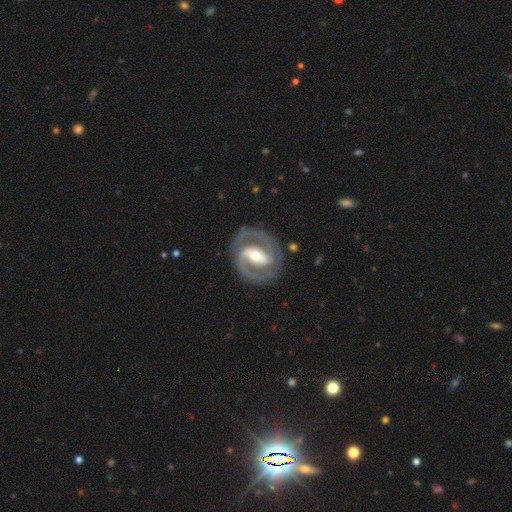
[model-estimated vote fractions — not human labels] Morphology: type=featured or disk (91%); edge-on=no (97%); bar=strong (54%); spiral arms=yes (96%); winding=tight (48%); arm count=2 (91%); bulge=moderate (66%); merging=none (83%).